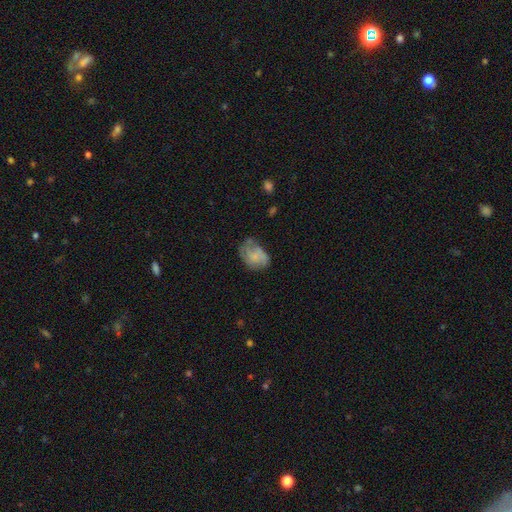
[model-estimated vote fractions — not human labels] This is possibly a featured or disk galaxy (46%). Merging: possibly none (47%).